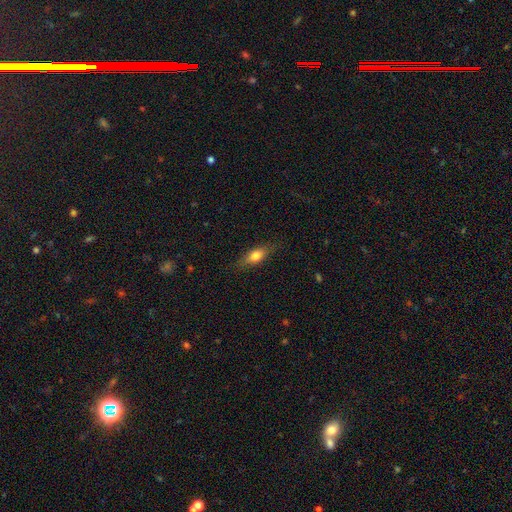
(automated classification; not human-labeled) smooth 71%, featured or disk 22%, star or artifact 8%. Down the decision tree: how rounded — in between (67%); merging — none (80%).